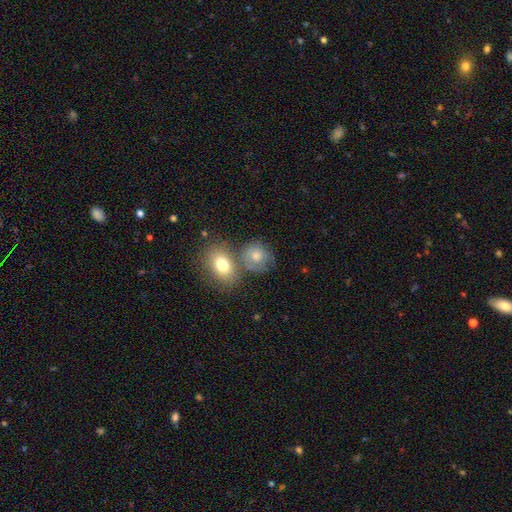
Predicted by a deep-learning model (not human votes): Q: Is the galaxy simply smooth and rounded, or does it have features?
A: smooth — 71%.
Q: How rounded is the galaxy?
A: round — 65%.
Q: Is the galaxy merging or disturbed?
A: none — 49%.